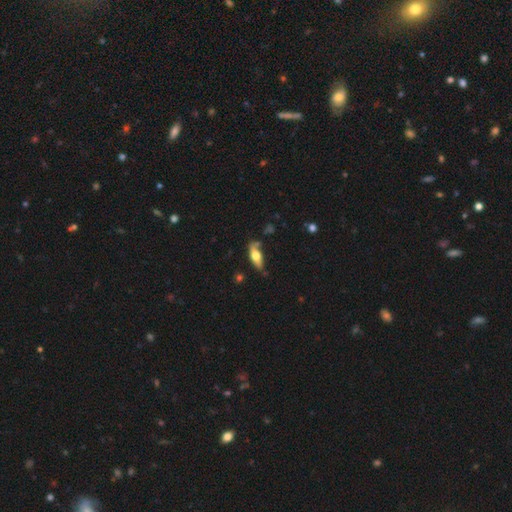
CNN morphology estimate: Overall: smooth (54%; featured or disk 40%). How rounded: in between (64%; cigar-shaped 33%). Merging: none (62%; minor disturbance 24%).